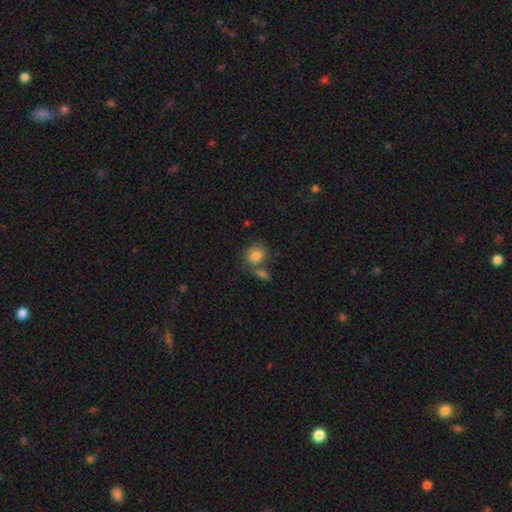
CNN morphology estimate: A smooth galaxy with no disk features (84%) that is round (76%).

Vote fractions:
- Smooth or featured? smooth: 84% / star or artifact: 9% / featured or disk: 8%
- How rounded? round: 76% / in between: 23% / cigar-shaped: 1%
- Merging? none: 57% / merger: 26% / minor disturbance: 12% / major disturbance: 5%